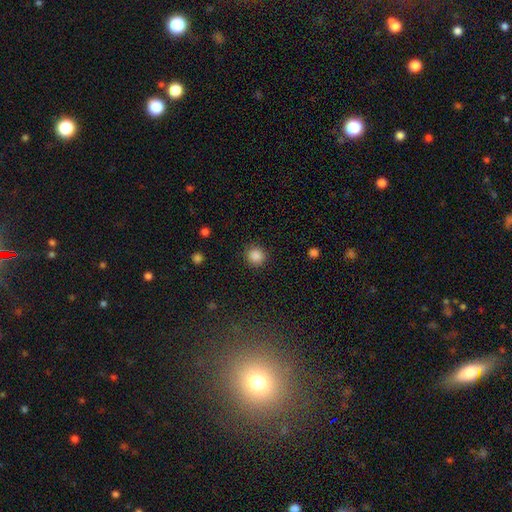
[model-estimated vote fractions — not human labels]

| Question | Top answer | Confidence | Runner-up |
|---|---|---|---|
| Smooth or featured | smooth | 87% | star or artifact (10%) |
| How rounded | round | 92% | in between (7%) |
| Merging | none | 90% | minor disturbance (6%) |